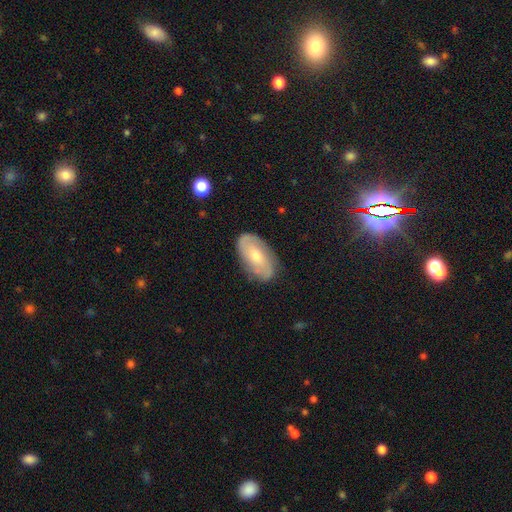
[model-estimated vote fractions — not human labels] This is likely a featured or disk galaxy (62%). It is clearly not viewed edge-on (92%). Bar: likely no (64%). Spiral arm pattern: clearly yes (80%). Central bulge: possibly moderate (53%). Merging: likely none (79%).